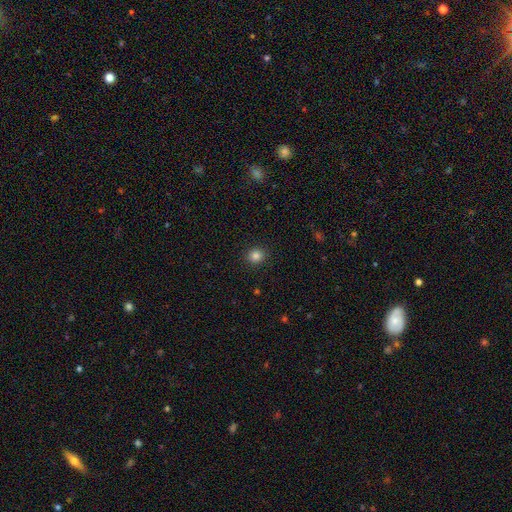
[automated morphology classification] A smooth galaxy with no disk features (84%) that is round (86%).

Vote fractions:
- Smooth or featured? smooth: 84% / star or artifact: 12% / featured or disk: 4%
- How rounded? round: 86% / in between: 13% / cigar-shaped: 1%
- Merging? none: 91% / minor disturbance: 6% / major disturbance: 2% / merger: 1%